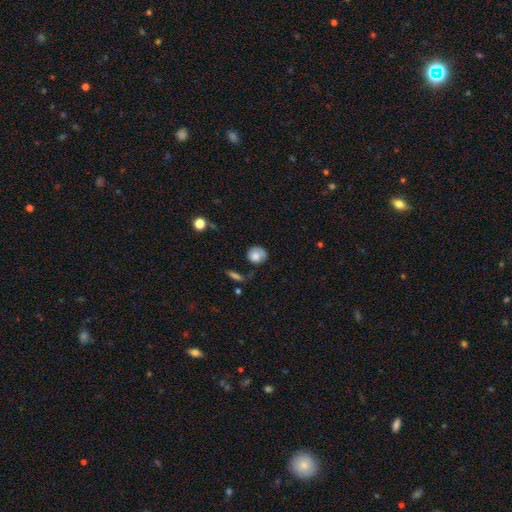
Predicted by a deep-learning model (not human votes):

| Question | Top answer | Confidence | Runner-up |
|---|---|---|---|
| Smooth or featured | smooth | 78% | featured or disk (14%) |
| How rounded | round | 78% | in between (20%) |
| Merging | none | 52% | minor disturbance (30%) |